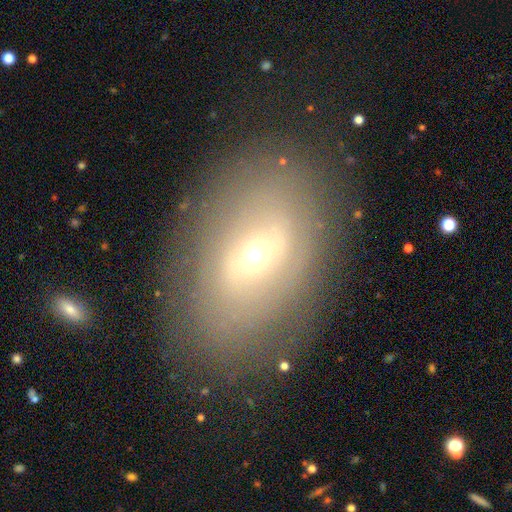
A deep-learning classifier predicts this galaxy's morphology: Q: Smooth or featured?
A: featured or disk (46%); runner-up: smooth (39%)
Q: Merging?
A: none (74%); runner-up: minor disturbance (16%)